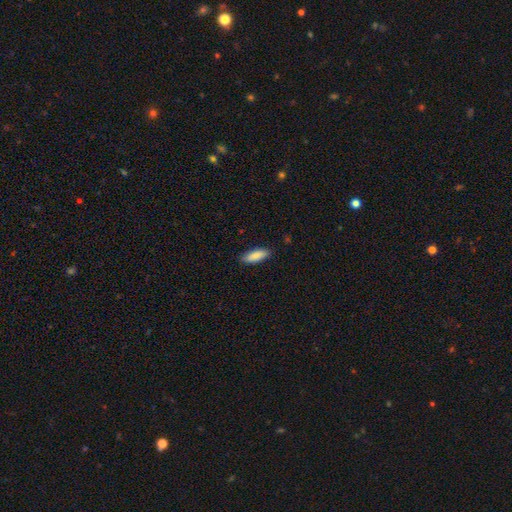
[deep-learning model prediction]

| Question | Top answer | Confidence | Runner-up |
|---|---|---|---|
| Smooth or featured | smooth | 88% | featured or disk (6%) |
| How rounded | in between | 62% | cigar-shaped (36%) |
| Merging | none | 87% | minor disturbance (10%) |